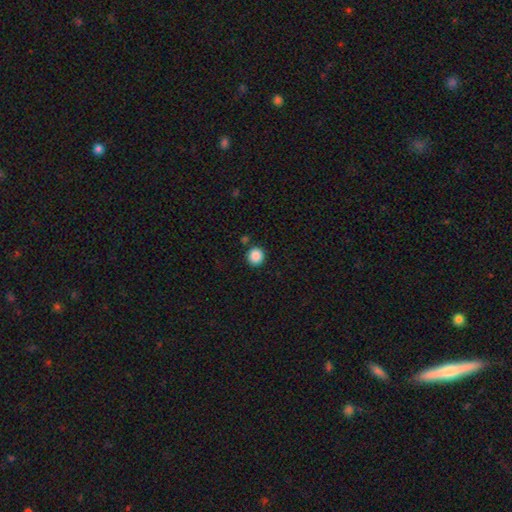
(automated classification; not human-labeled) This is clearly a smooth galaxy (88%). How rounded: clearly round (92%). Merging: clearly none (88%).